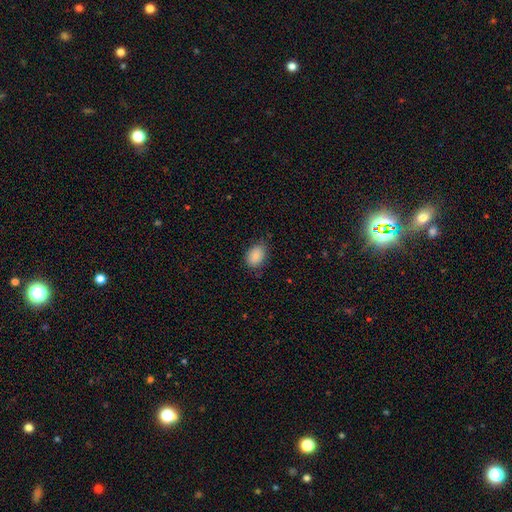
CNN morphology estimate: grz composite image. It shows a smooth galaxy with no disk features (88%) that is in between round and cigar-shaped (81%). Merging: none (75%).